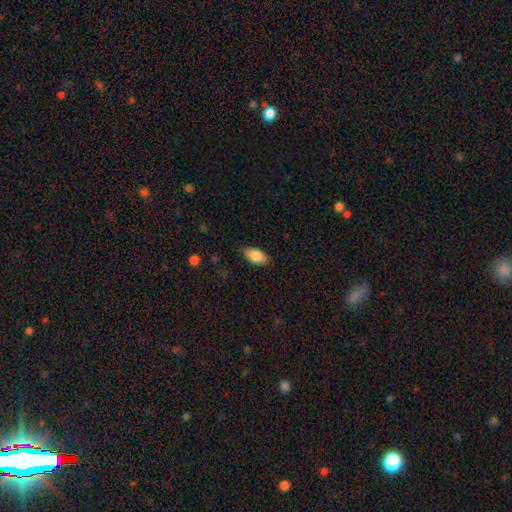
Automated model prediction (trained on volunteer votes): The model was most divided on "merging": none: 77%, minor disturbance: 19%, major disturbance: 3%, merger: 1%. More confident: how rounded — in between (91%); smooth or featured — smooth (84%).